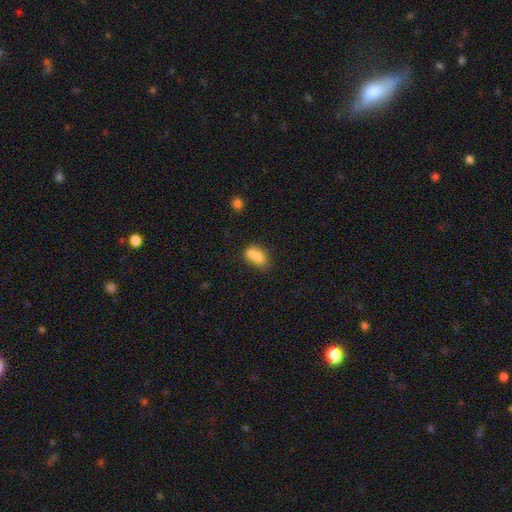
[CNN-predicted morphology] A smooth galaxy with no disk features (72%) that is in between round and cigar-shaped (66%).

Vote fractions:
- Smooth or featured? smooth: 72% / featured or disk: 18% / star or artifact: 10%
- How rounded? in between: 66% / round: 32% / cigar-shaped: 2%
- Merging? merger: 58% / none: 27% / minor disturbance: 10% / major disturbance: 4%